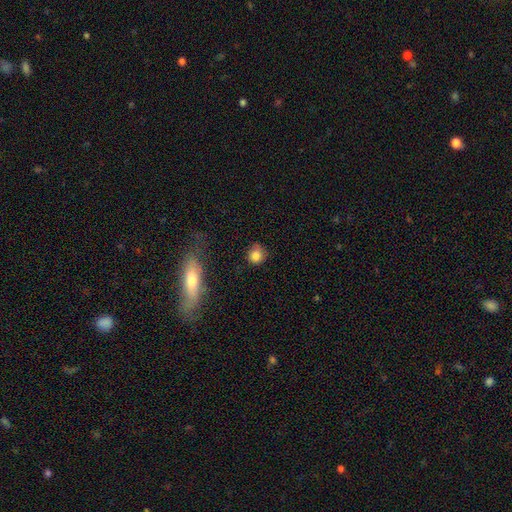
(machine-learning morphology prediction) A smooth galaxy with no disk features (82%) that is round (86%). Merging: none (76%).